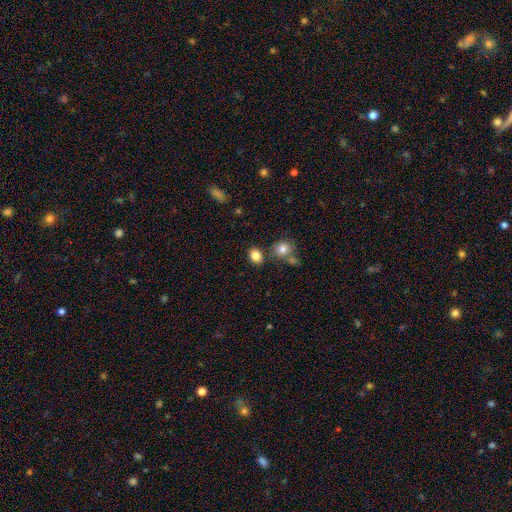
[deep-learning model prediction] A smooth galaxy with no disk features (83%) that is in between round and cigar-shaped (54%).

Vote fractions:
- Smooth or featured? smooth: 83% / star or artifact: 11% / featured or disk: 6%
- How rounded? in between: 54% / round: 45% / cigar-shaped: 1%
- Merging? none: 75% / merger: 11% / minor disturbance: 11% / major disturbance: 3%